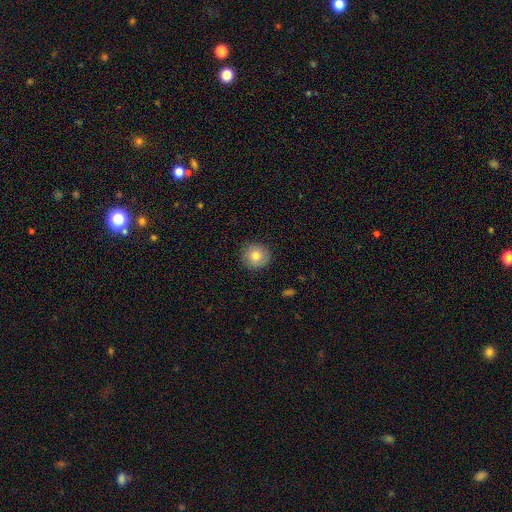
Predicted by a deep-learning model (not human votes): smooth-or-featured: smooth: 78% | featured or disk: 14% | star or artifact: 9%
  how-rounded: round: 93% | in between: 6% | cigar-shaped: 1%
  merging: none: 88% | minor disturbance: 9% | major disturbance: 2% | merger: 1%